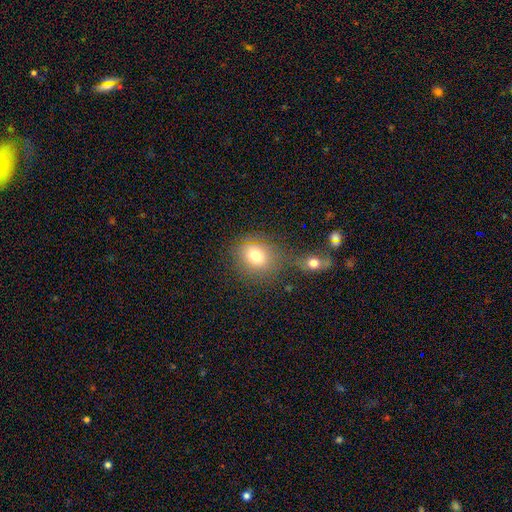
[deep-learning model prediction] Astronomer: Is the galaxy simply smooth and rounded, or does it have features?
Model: smooth — 76%.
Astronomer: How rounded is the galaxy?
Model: round — 65%.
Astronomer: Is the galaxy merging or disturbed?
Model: none — 58%.